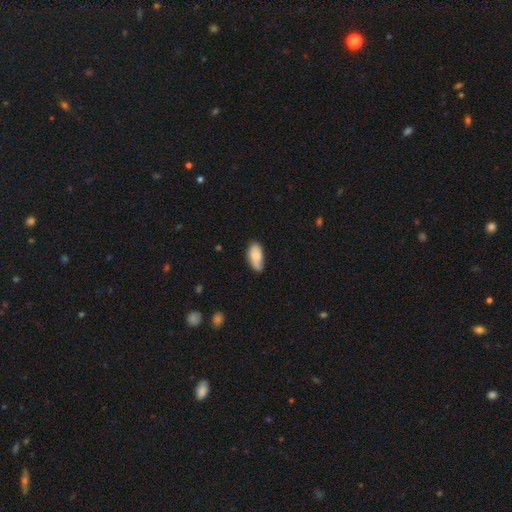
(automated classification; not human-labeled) Overall: smooth (77%). How rounded: in between (92%). Merging: none (57%; minor disturbance 34%).